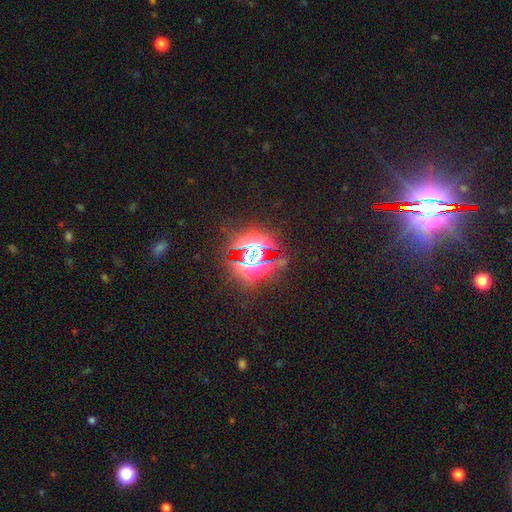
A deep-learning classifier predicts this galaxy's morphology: Smooth or featured?
  - star or artifact: 76% *
  - smooth: 14%
  - featured or disk: 10%